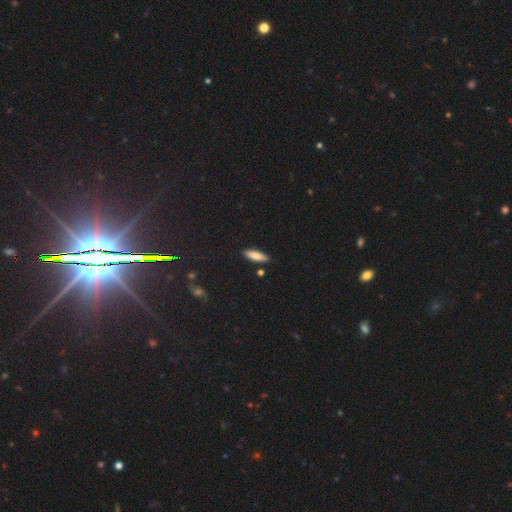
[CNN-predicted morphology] A smooth galaxy with no disk features (78%) that is in between round and cigar-shaped (50%).

Vote fractions:
- Smooth or featured? smooth: 78% / featured or disk: 14% / star or artifact: 7%
- How rounded? in between: 50% / cigar-shaped: 48% / round: 2%
- Merging? none: 86% / minor disturbance: 10% / merger: 2% / major disturbance: 2%